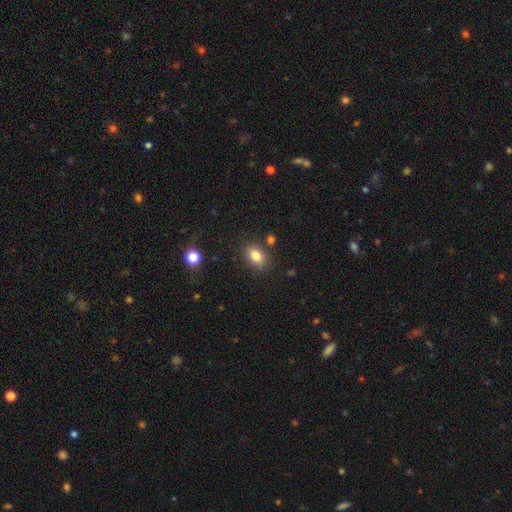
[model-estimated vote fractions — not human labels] Smooth or featured?
  - smooth: 82% *
  - star or artifact: 10%
  - featured or disk: 9%
How rounded?
  - in between: 76% *
  - round: 22%
  - cigar-shaped: 1%
Merging?
  - none: 78% *
  - minor disturbance: 13%
  - merger: 5%
  - major disturbance: 3%